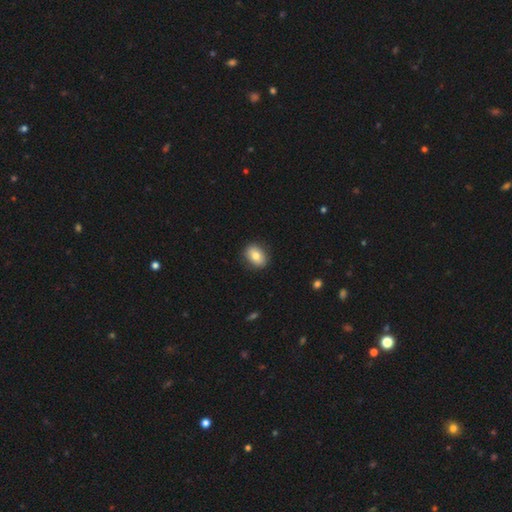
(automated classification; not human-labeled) Smooth or featured: smooth — 77% (featured or disk — 15%)
How rounded: in between — 68% (round — 31%)
Merging: none — 87% (minor disturbance — 10%)